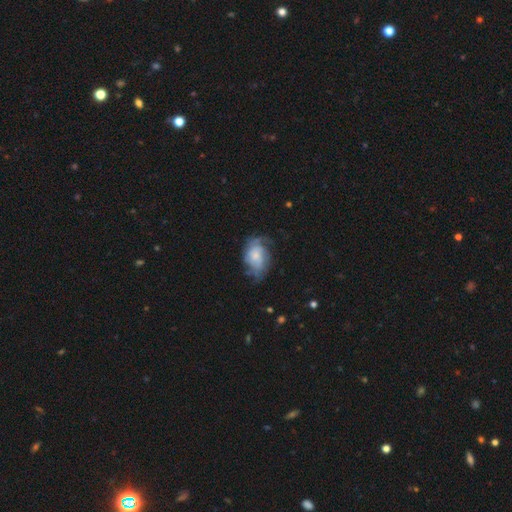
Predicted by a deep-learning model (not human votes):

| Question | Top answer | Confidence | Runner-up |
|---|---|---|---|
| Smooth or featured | featured or disk | 62% | smooth (31%) |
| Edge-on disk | no | 97% | yes (3%) |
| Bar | no | 74% | weak (22%) |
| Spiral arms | yes | 84% | no (16%) |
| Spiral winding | medium | 41% | tight (30%) |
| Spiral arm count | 2 | 44% | can't tell (30%) |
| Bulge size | small | 47% | moderate (26%) |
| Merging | none | 49% | minor disturbance (27%) |